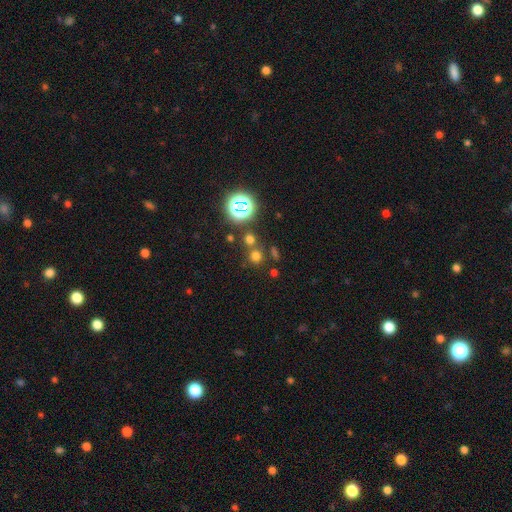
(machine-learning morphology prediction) Smooth or featured?
  - smooth: 61% *
  - star or artifact: 32%
  - featured or disk: 7%
How rounded?
  - round: 90% *
  - in between: 9%
  - cigar-shaped: 1%
Merging?
  - none: 70% *
  - merger: 19%
  - minor disturbance: 7%
  - major disturbance: 4%